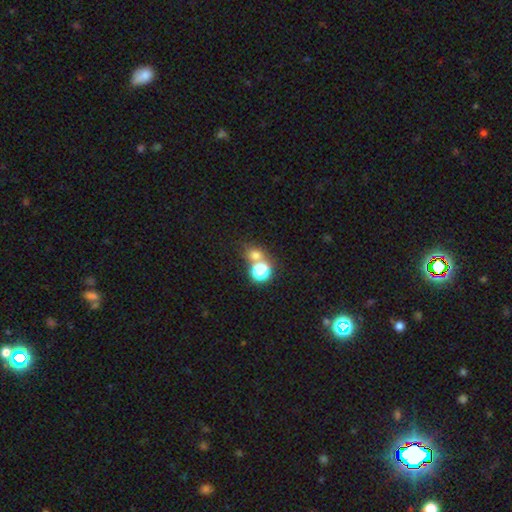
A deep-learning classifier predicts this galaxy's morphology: Q: Smooth or featured?
A: smooth (66%); runner-up: star or artifact (26%)
Q: How rounded?
A: round (77%); runner-up: in between (22%)
Q: Merging?
A: none (54%); runner-up: merger (34%)